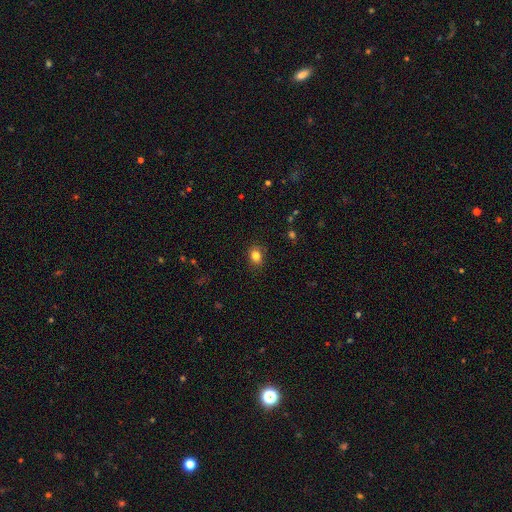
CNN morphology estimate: A smooth galaxy with no disk features (83%) that is in between round and cigar-shaped (51%).

Vote fractions:
- Smooth or featured? smooth: 83% / star or artifact: 11% / featured or disk: 6%
- How rounded? in between: 51% / round: 48% / cigar-shaped: 1%
- Merging? none: 85% / minor disturbance: 11% / major disturbance: 3% / merger: 1%